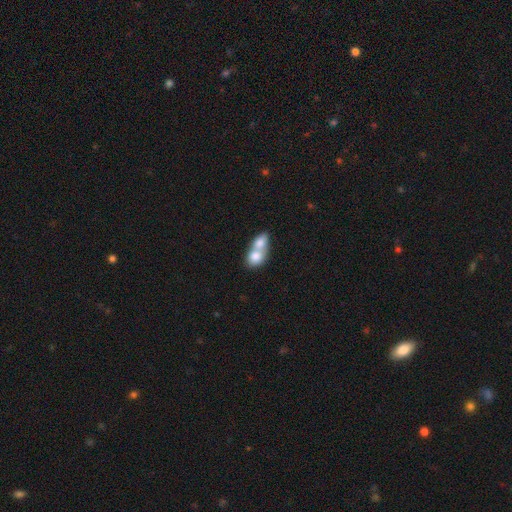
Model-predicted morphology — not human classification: smooth-or-featured: smooth: 76% | featured or disk: 18% | star or artifact: 7%
  how-rounded: in between: 60% | round: 37% | cigar-shaped: 3%
  merging: merger: 79% | none: 14% | minor disturbance: 5% | major disturbance: 3%